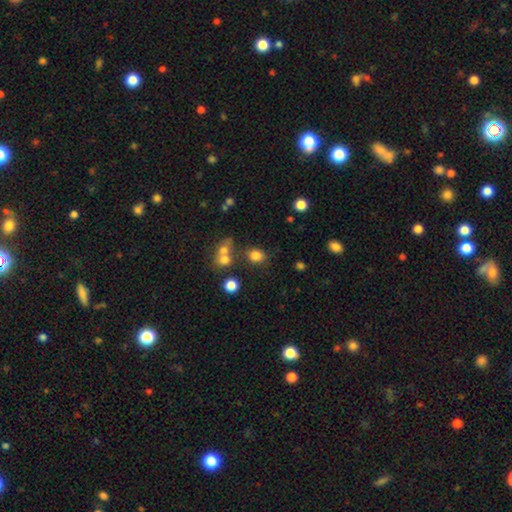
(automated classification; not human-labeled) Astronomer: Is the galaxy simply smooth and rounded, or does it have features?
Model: smooth — 80%.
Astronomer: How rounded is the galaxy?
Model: round — 66%.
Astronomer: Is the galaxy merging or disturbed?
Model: none — 72%.